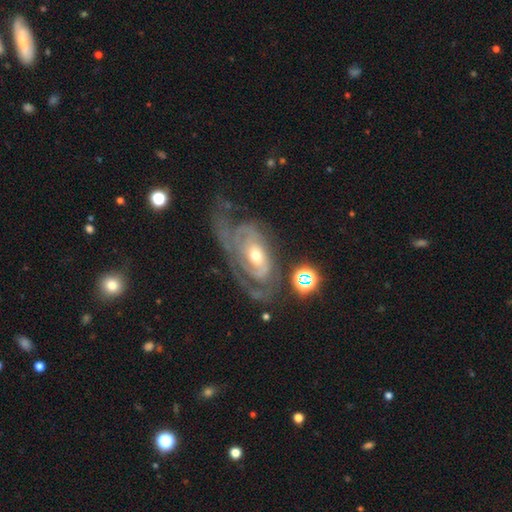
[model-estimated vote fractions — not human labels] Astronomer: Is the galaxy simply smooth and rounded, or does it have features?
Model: featured or disk — 84%.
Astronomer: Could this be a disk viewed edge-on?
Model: no — 95%.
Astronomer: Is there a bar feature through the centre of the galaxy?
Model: no — 66%.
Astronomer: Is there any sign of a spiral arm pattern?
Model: yes — 90%.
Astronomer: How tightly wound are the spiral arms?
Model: tight — 57%.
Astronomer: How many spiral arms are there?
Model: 2 — 35% (runner-up: can't tell, 34%).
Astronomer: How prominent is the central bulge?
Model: moderate — 57% (runner-up: small, 36%).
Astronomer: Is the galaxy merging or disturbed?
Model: none — 46% (runner-up: major disturbance, 29%).